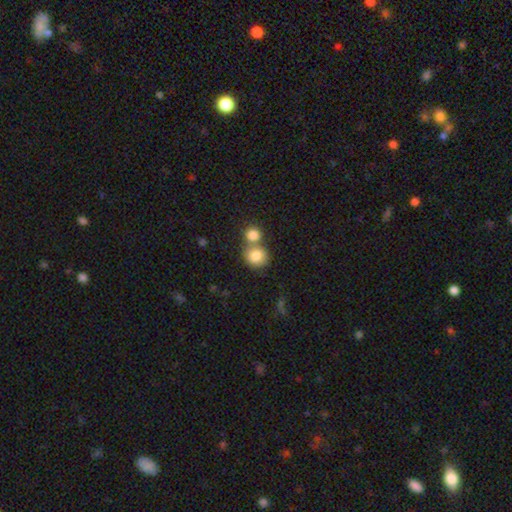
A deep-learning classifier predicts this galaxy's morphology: This is clearly a smooth galaxy (83%). How rounded: clearly round (83%). Merging: possibly merger (48%).